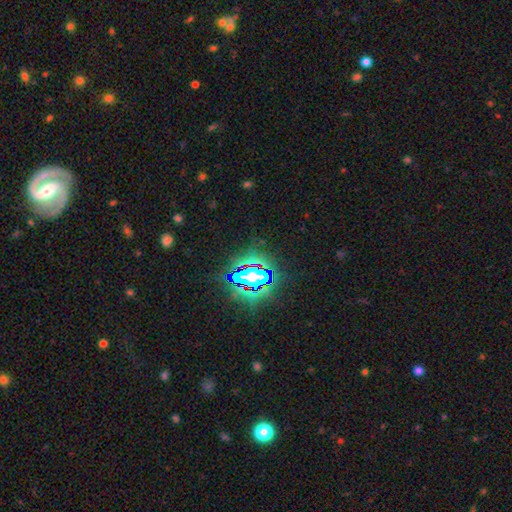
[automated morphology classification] Smooth or featured? Predicted: star or artifact (p=0.80).